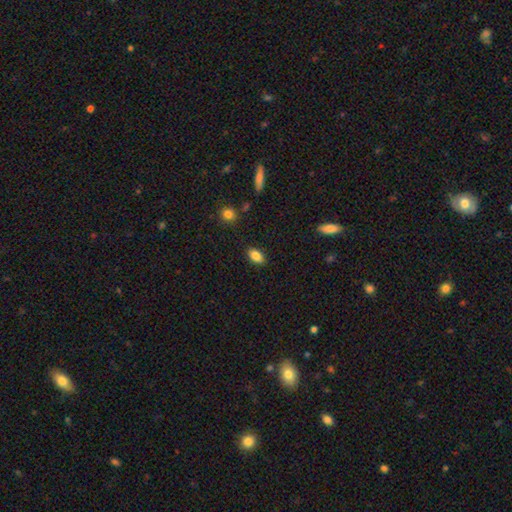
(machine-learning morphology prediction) This is clearly a smooth galaxy (85%). How rounded: clearly in between (90%). Merging: clearly none (87%).